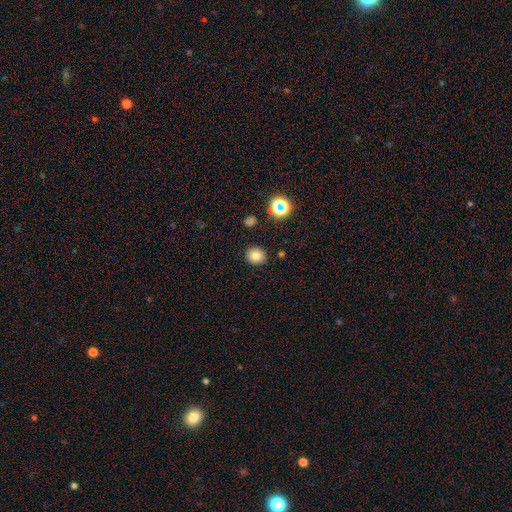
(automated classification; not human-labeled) Smooth or featured: smooth — 79% (star or artifact — 14%)
How rounded: round — 78% (in between — 21%)
Merging: none — 89% (minor disturbance — 7%)